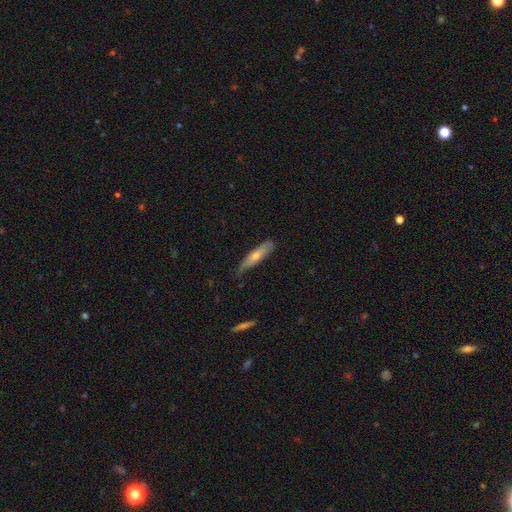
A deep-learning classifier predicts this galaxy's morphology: smooth-or-featured: smooth: 53% | featured or disk: 41% | star or artifact: 6%
  how-rounded: cigar-shaped: 81% | in between: 17% | round: 2%
  merging: none: 66% | minor disturbance: 28% | major disturbance: 5% | merger: 2%